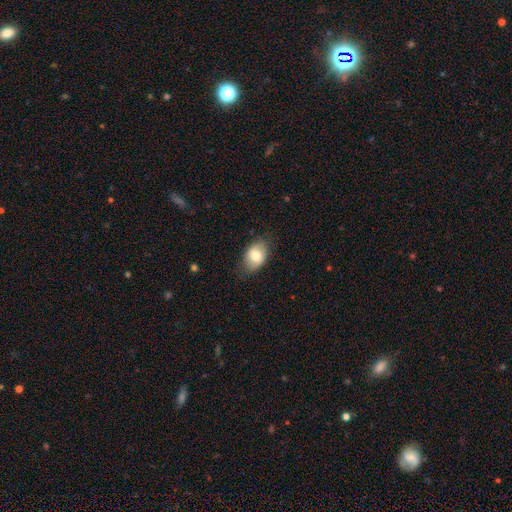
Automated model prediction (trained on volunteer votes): smooth 76%, featured or disk 17%, star or artifact 7%. Down the decision tree: how rounded — in between (84%); merging — none (77%).